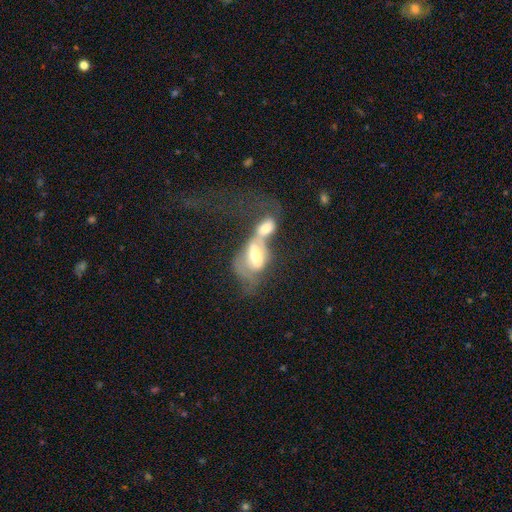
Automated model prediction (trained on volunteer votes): Smooth or featured?
  - featured or disk: 56% *
  - smooth: 35%
  - star or artifact: 9%
Edge-on disk?
  - no: 89% *
  - yes: 11%
Merging?
  - merger: 77% *
  - major disturbance: 13%
  - none: 7%
  - minor disturbance: 4%